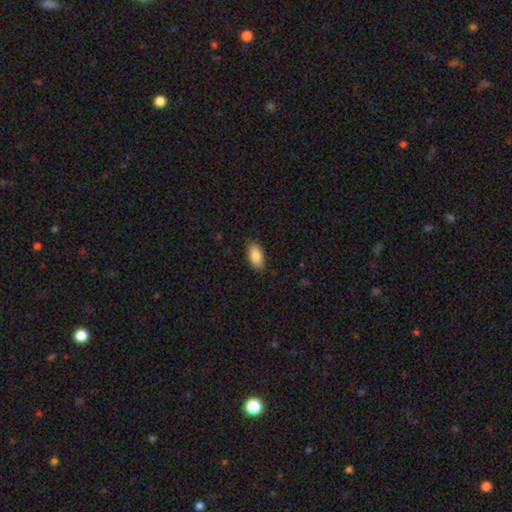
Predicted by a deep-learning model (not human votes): A smooth galaxy with no disk features (86%) that is in between round and cigar-shaped (92%). Merging: none (86%).